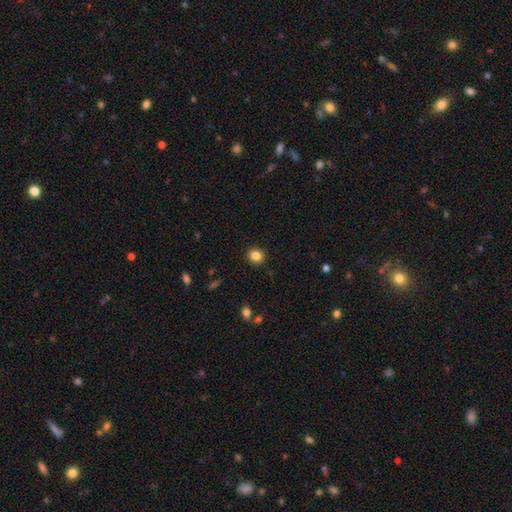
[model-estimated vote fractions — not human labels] Q: Smooth or featured?
A: smooth (85%); runner-up: star or artifact (11%)
Q: How rounded?
A: round (81%); runner-up: in between (18%)
Q: Merging?
A: none (91%); runner-up: minor disturbance (6%)